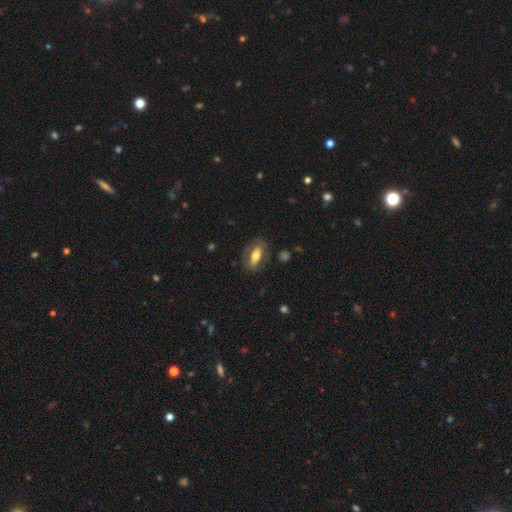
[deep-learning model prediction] Q: Smooth or featured?
A: smooth (60%); runner-up: featured or disk (34%)
Q: How rounded?
A: in between (77%); runner-up: cigar-shaped (18%)
Q: Merging?
A: none (75%); runner-up: minor disturbance (16%)